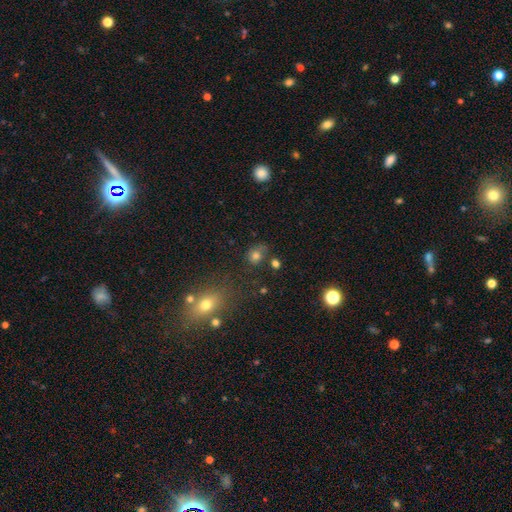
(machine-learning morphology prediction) Overall: smooth (74%). How rounded: round (55%; in between 44%). Merging: none (57%; minor disturbance 23%).